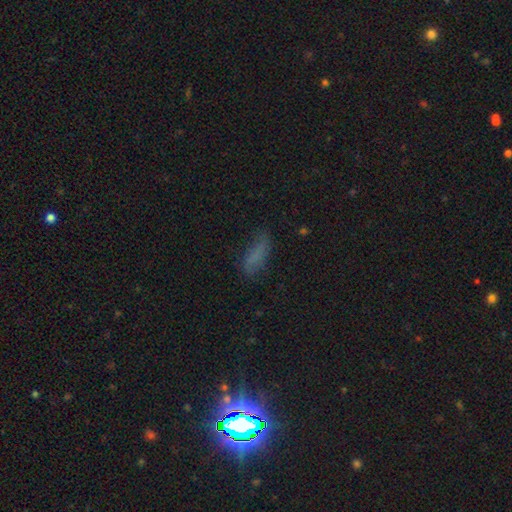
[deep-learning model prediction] A smooth galaxy with no disk features (71%) that is in between round and cigar-shaped (57%). Merging: none (62%).